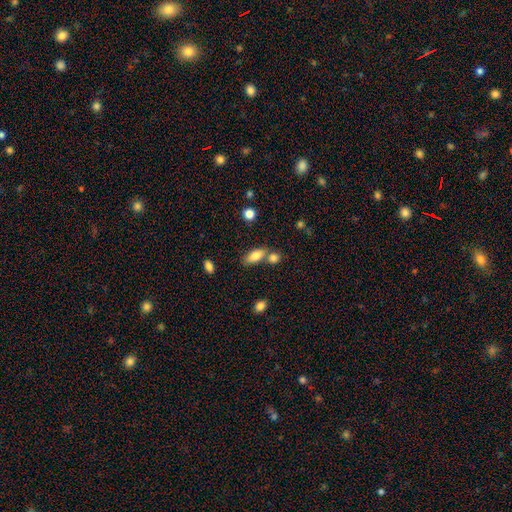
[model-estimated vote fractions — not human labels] A smooth galaxy with no disk features (81%) that is in between round and cigar-shaped (80%). Merging: none (57%).